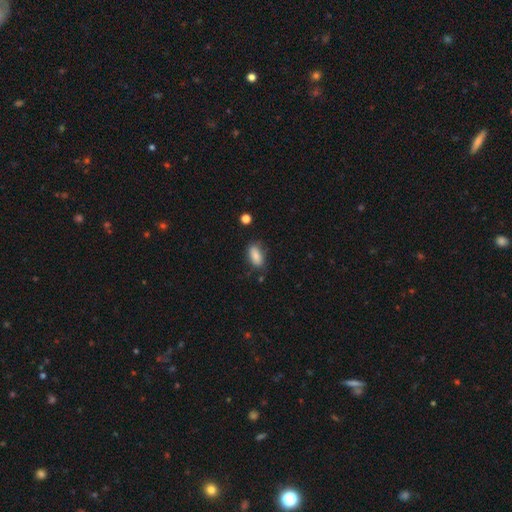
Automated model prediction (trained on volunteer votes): smooth_or_featured: smooth (p=0.82) [alt: featured or disk p=0.11]
how_rounded: in between (p=0.89) [alt: cigar-shaped p=0.07]
merging: none (p=0.72) [alt: minor disturbance p=0.21]